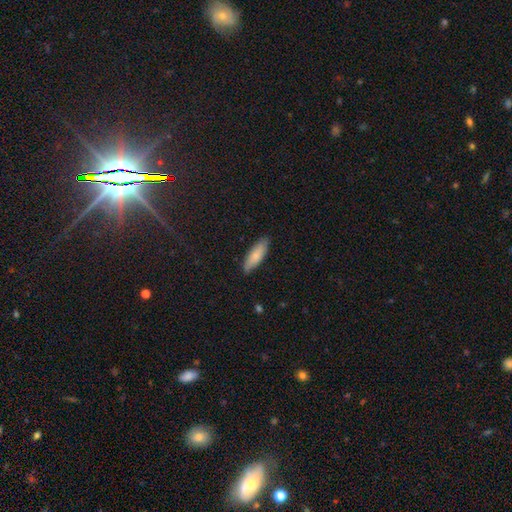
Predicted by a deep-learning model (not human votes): A smooth galaxy with no disk features (79%) that is in between round and cigar-shaped (53%).

Vote fractions:
- Smooth or featured? smooth: 79% / featured or disk: 16% / star or artifact: 6%
- How rounded? in between: 53% / cigar-shaped: 45% / round: 2%
- Merging? none: 85% / minor disturbance: 12% / major disturbance: 2% / merger: 1%